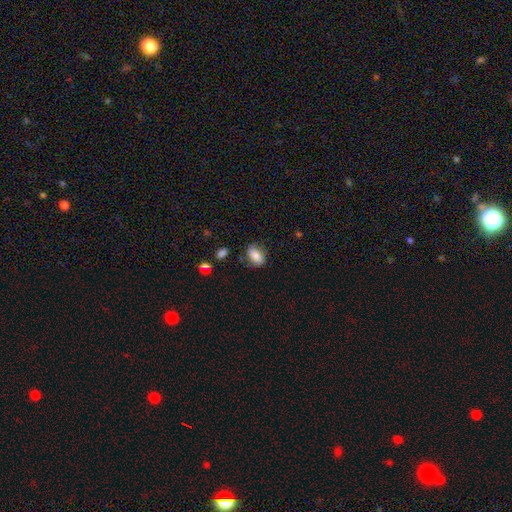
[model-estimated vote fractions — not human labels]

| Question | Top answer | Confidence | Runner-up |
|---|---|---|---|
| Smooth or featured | smooth | 80% | featured or disk (12%) |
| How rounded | in between | 86% | round (11%) |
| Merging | none | 72% | minor disturbance (20%) |